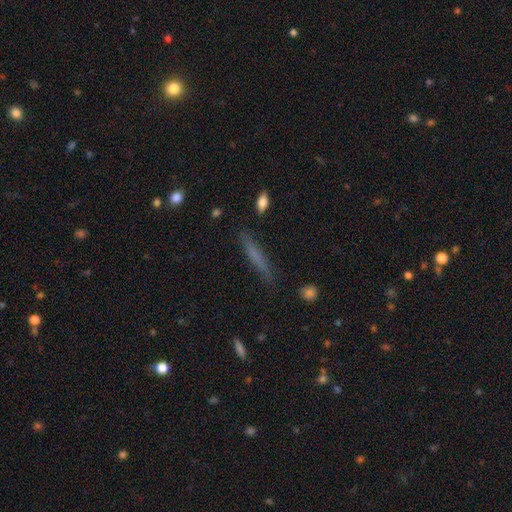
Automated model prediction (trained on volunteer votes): Smooth or featured? smooth (59%)
How rounded? cigar-shaped (92%)
Merging? none (83%)